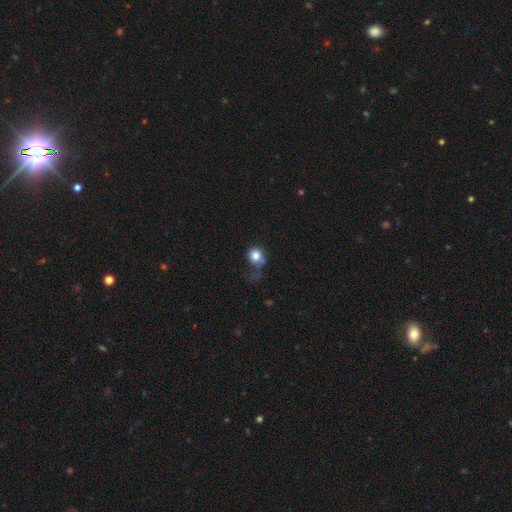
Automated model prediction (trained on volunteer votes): Smooth or featured? Predicted: smooth (p=0.79). How rounded? Predicted: round (p=0.83). Merging? Predicted: none (p=0.34).